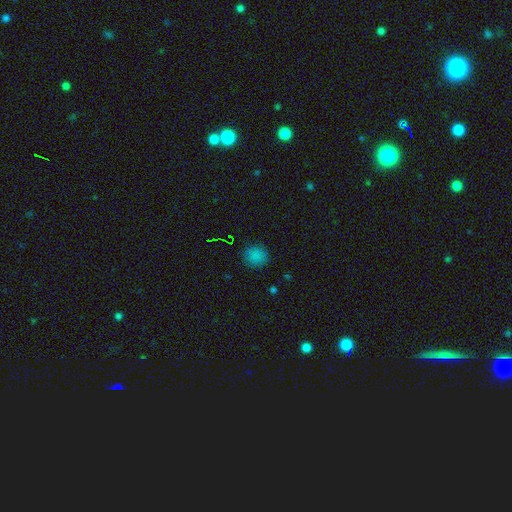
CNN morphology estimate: A smooth galaxy with no disk features (80%) that is round (87%).

Vote fractions:
- Smooth or featured? smooth: 80% / star or artifact: 16% / featured or disk: 4%
- How rounded? round: 87% / in between: 12% / cigar-shaped: 1%
- Merging? none: 87% / minor disturbance: 9% / major disturbance: 3% / merger: 1%